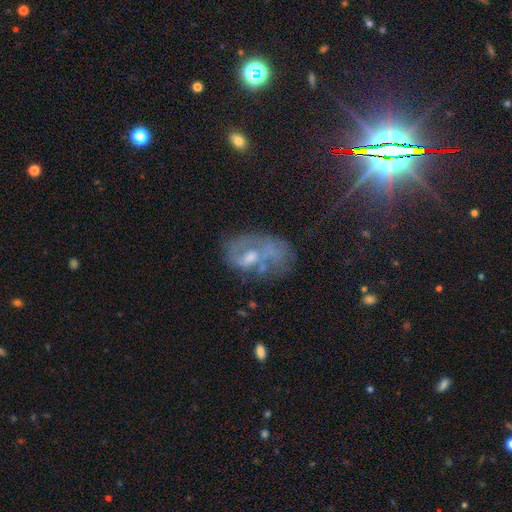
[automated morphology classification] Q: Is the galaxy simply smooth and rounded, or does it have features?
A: featured or disk — 60%.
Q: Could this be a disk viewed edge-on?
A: no — 93%.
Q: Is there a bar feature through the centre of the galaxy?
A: weak — 42%.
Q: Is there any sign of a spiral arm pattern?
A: yes — 62%.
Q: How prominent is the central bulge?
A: small — 52%.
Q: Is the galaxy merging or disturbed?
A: none — 54%.